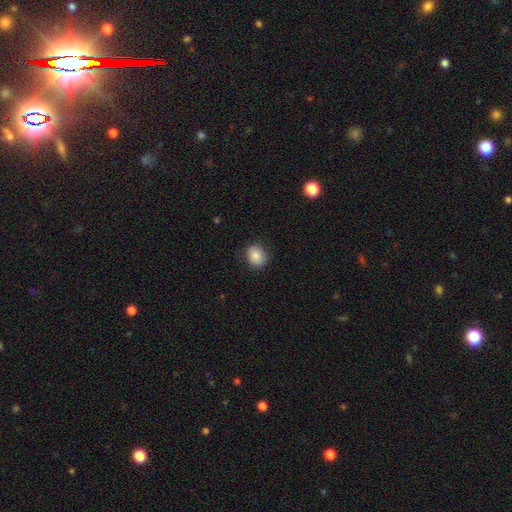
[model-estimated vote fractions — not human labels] smooth_or_featured: smooth (p=0.86) [alt: star or artifact p=0.08]
how_rounded: round (p=0.57) [alt: in between p=0.43]
merging: none (p=0.85) [alt: minor disturbance p=0.11]